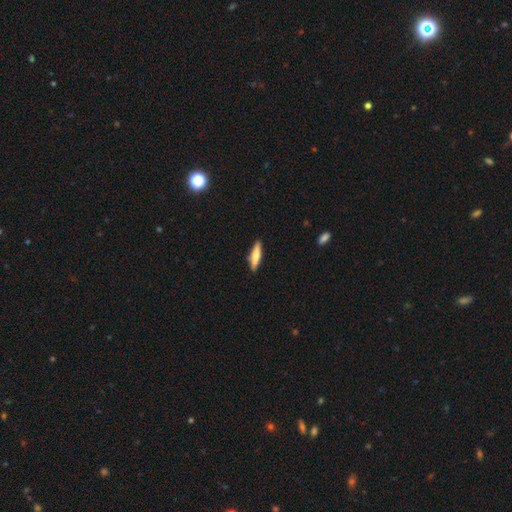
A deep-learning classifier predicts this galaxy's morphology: smooth_or_featured: smooth (p=0.62) [alt: featured or disk p=0.32]
how_rounded: cigar-shaped (p=0.73) [alt: in between p=0.25]
merging: none (p=0.86) [alt: minor disturbance p=0.10]